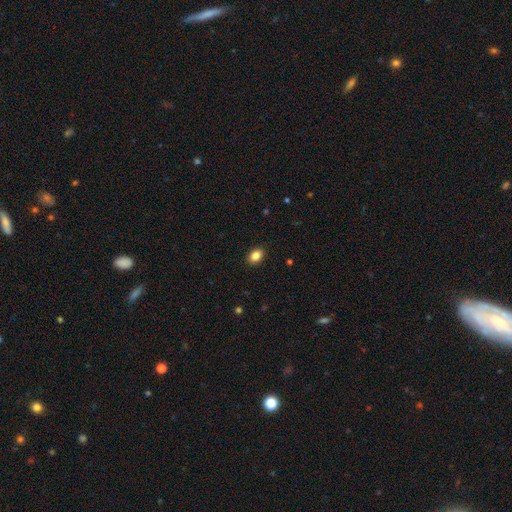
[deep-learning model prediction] This appears to be a smooth galaxy with no disk features (86%) that is in between round and cigar-shaped (78%). Merging: none (90%).